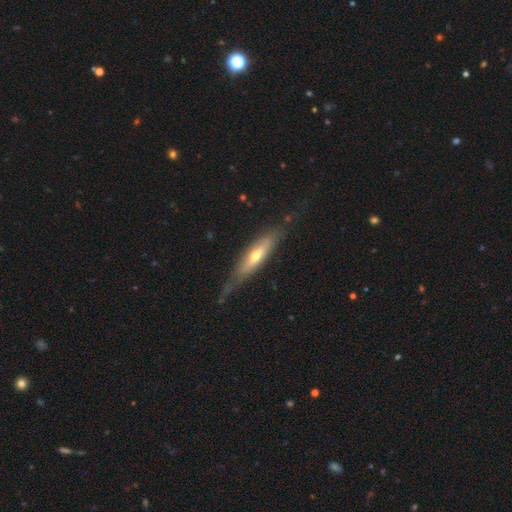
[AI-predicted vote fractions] This is possibly a featured or disk galaxy (56%). It is likely viewed edge-on (78%). Merging: likely none (65%).